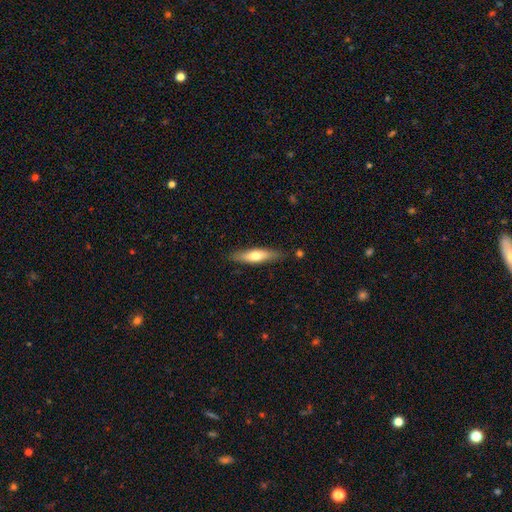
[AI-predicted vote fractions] Smooth or featured?
  - smooth: 60% *
  - featured or disk: 34%
  - star or artifact: 6%
How rounded?
  - cigar-shaped: 68% *
  - in between: 30%
  - round: 2%
Merging?
  - none: 83% *
  - minor disturbance: 13%
  - major disturbance: 2%
  - merger: 2%